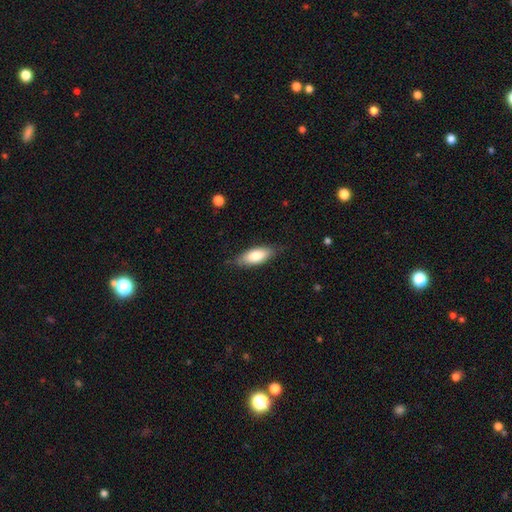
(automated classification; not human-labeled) smooth 79%, featured or disk 15%, star or artifact 6%. Down the decision tree: how rounded — in between (79%); merging — none (78%).